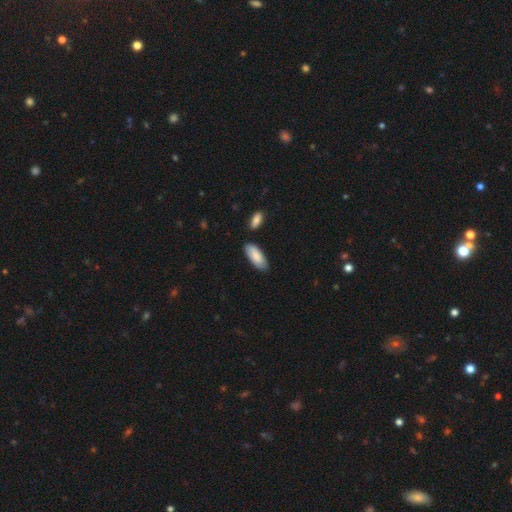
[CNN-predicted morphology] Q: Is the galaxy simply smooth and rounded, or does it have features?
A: smooth — 85%.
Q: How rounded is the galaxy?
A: in between — 80%.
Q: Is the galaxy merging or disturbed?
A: none — 78%.